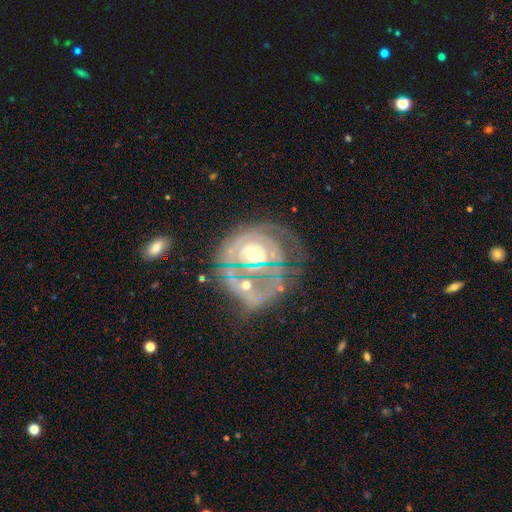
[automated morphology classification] A featured or disk galaxy (78%) with no bar (78%), tight (70%) spiral arms (72%) and a moderate central bulge (68%).

Vote fractions:
- Smooth or featured? featured or disk: 78% / smooth: 13% / star or artifact: 9%
- Edge-on disk? no: 96% / yes: 4%
- Bar? no: 78% / weak: 16% / strong: 6%
- Spiral arms? yes: 72% / no: 28%
- Spiral winding? tight: 70% / medium: 20% / loose: 9%
- Spiral arm count? can't tell: 46% / 2: 23% / 1: 11% / 3: 10% / 4: 5% / more than 4: 5%
- Bulge size? moderate: 68% / small: 18% / large: 10% / dominant: 2% / none: 2%
- Merging? none: 32% / major disturbance: 25% / merger: 25% / minor disturbance: 18%